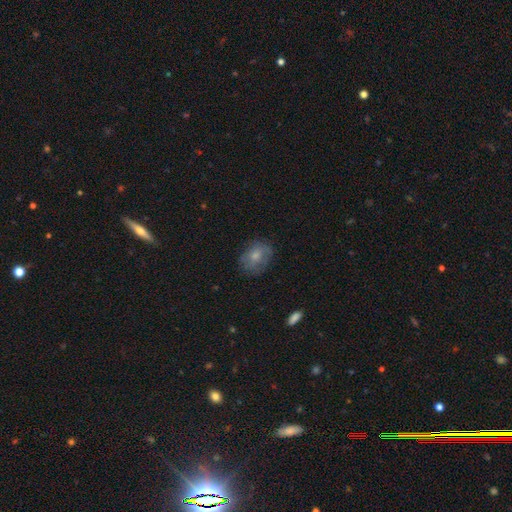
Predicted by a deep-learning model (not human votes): A smooth galaxy with no disk features (67%) that is in between round and cigar-shaped (59%). Merging: none (68%).